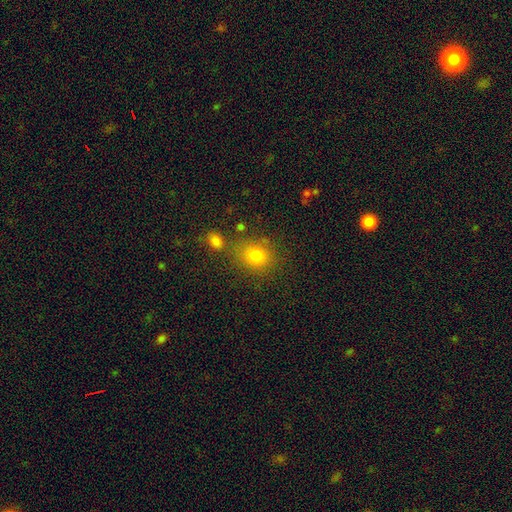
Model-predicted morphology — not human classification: A smooth galaxy with no disk features (78%) that is round (68%).

Vote fractions:
- Smooth or featured? smooth: 78% / star or artifact: 14% / featured or disk: 8%
- How rounded? round: 68% / in between: 31% / cigar-shaped: 1%
- Merging? none: 73% / minor disturbance: 12% / merger: 11% / major disturbance: 5%